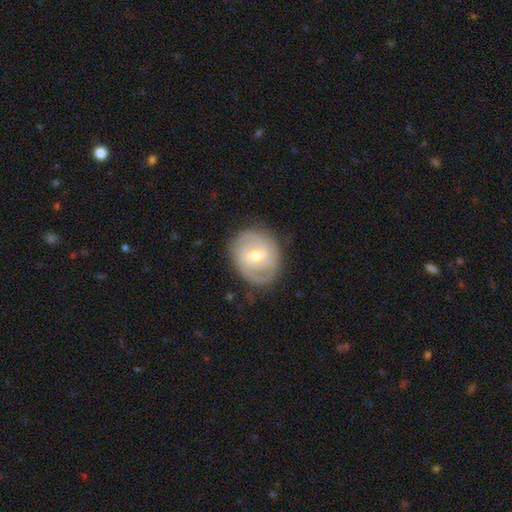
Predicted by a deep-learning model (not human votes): This appears to be a featured or disk galaxy (80%) with a weak bar (57%), 2 (52%) tight (64%) spiral arms (91%) and a moderate central bulge (65%). Merging: none (78%).